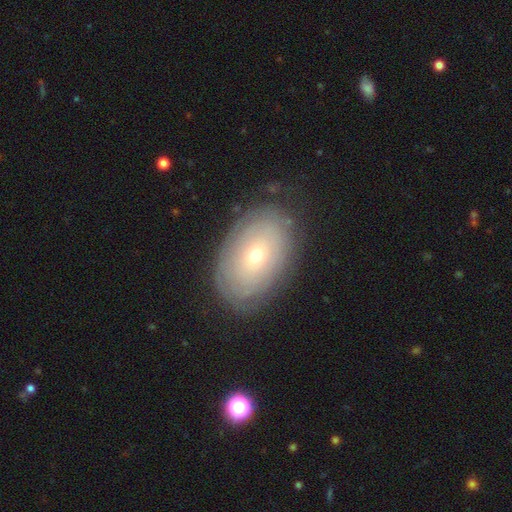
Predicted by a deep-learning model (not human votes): This is possibly a featured or disk galaxy (46%). Merging: likely none (80%).